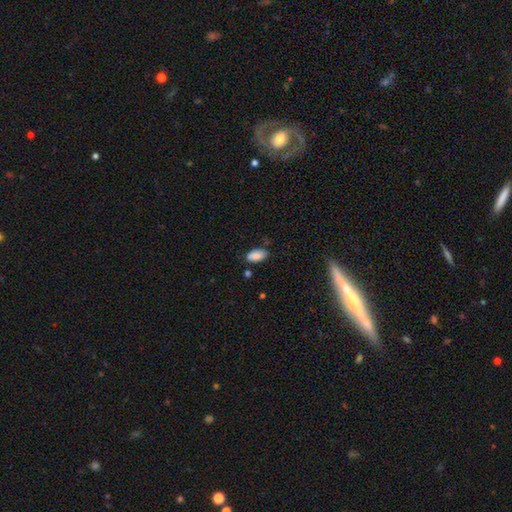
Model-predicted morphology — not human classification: The model was most divided on "merging": none: 77%, minor disturbance: 17%, merger: 3%, major disturbance: 3%. More confident: how rounded — in between (93%); smooth or featured — smooth (86%).